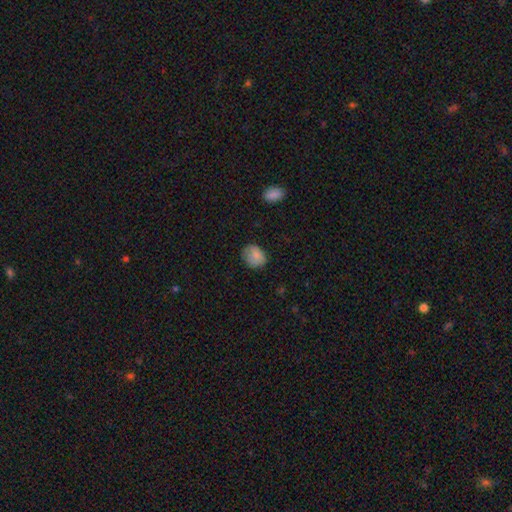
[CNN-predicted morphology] smooth-or-featured: smooth: 84% | star or artifact: 9% | featured or disk: 8%
  how-rounded: round: 53% | in between: 46% | cigar-shaped: 1%
  merging: none: 70% | minor disturbance: 24% | major disturbance: 5% | merger: 1%